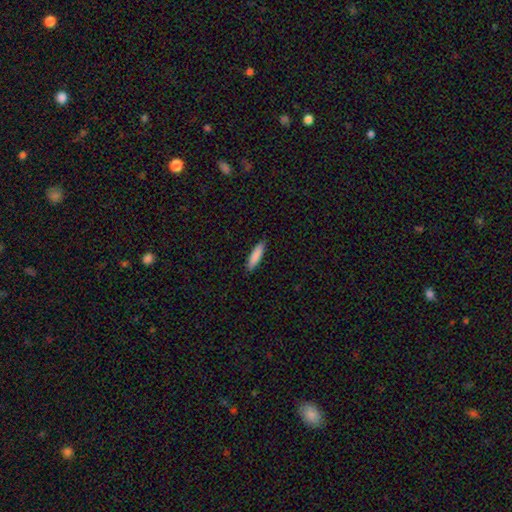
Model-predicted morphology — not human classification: Smooth or featured? smooth (87%)
How rounded? cigar-shaped (75%)
Merging? none (90%)